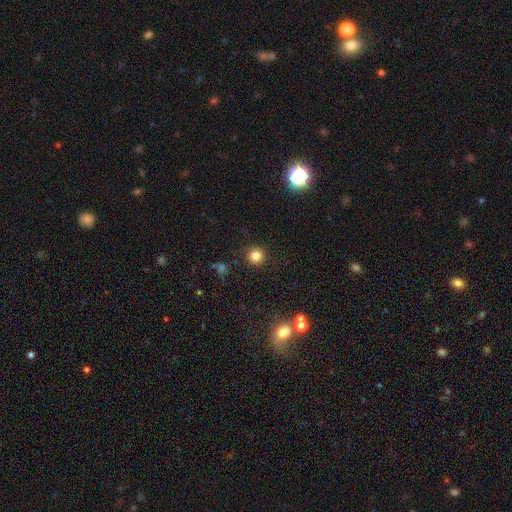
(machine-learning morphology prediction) Smooth or featured?
  - smooth: 81% *
  - star or artifact: 13%
  - featured or disk: 5%
How rounded?
  - round: 94% *
  - in between: 5%
  - cigar-shaped: 1%
Merging?
  - none: 91% *
  - minor disturbance: 5%
  - major disturbance: 2%
  - merger: 2%